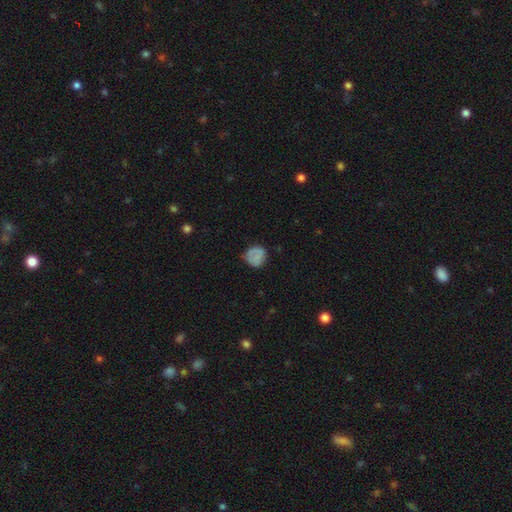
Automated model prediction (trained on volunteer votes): Morphology: type=smooth (74%); roundness=round (83%); merging=none (69%).